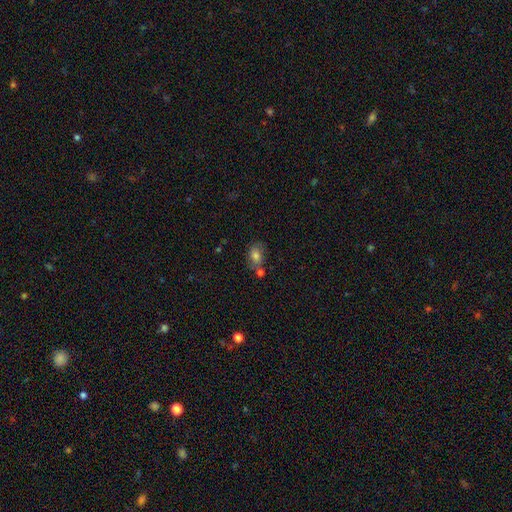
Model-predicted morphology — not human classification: smooth 76%, featured or disk 13%, star or artifact 12%. Down the decision tree: how rounded — in between (67%); merging — none (55%).